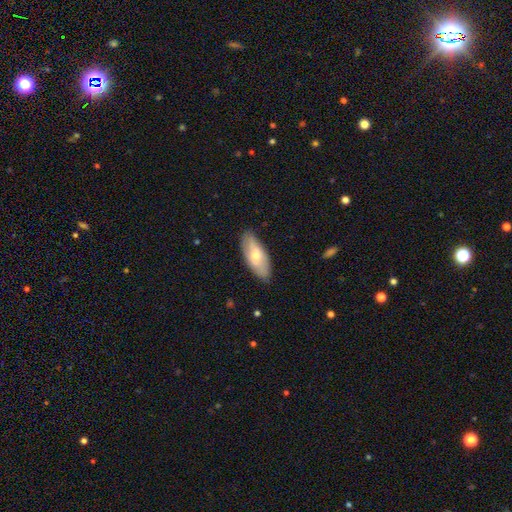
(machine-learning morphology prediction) smooth_or_featured: smooth (p=0.52) [alt: featured or disk p=0.43]
how_rounded: in between (p=0.83) [alt: cigar-shaped p=0.15]
merging: none (p=0.81) [alt: minor disturbance p=0.15]